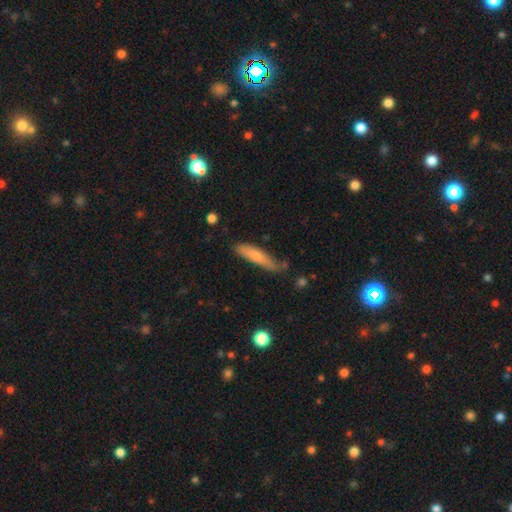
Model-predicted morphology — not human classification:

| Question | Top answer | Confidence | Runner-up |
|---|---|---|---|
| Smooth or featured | smooth | 70% | featured or disk (24%) |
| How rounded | cigar-shaped | 80% | in between (18%) |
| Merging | none | 61% | minor disturbance (28%) |